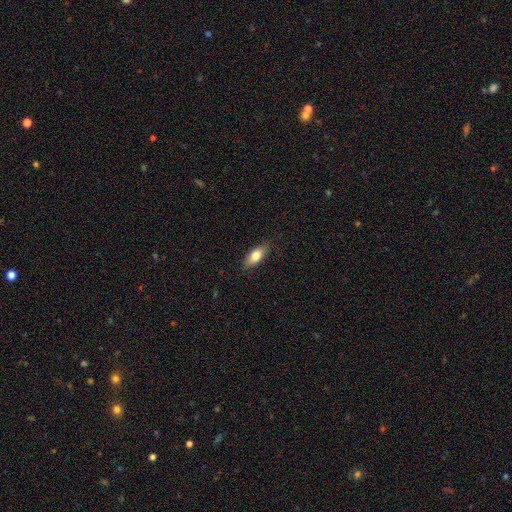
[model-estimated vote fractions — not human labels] smooth-or-featured: smooth: 77% | featured or disk: 17% | star or artifact: 7%
  how-rounded: in between: 79% | cigar-shaped: 18% | round: 3%
  merging: none: 86% | minor disturbance: 11% | major disturbance: 2% | merger: 1%